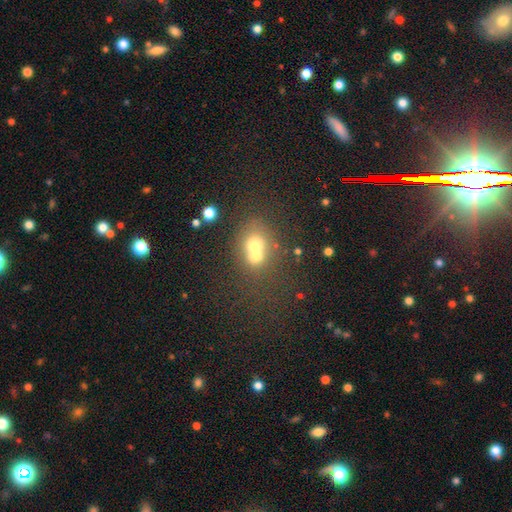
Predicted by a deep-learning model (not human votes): Smooth or featured? smooth (63%)
How rounded? round (66%)
Merging? merger (63%)